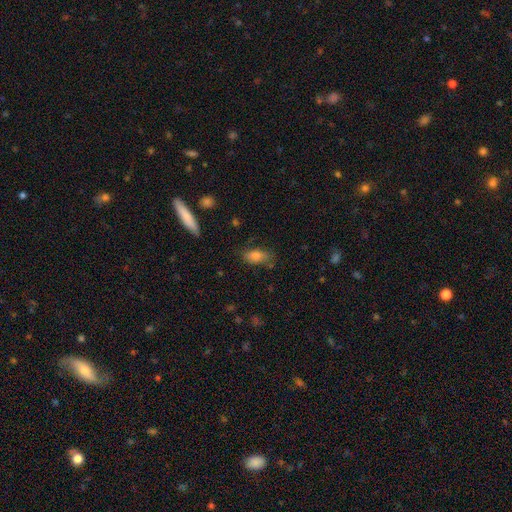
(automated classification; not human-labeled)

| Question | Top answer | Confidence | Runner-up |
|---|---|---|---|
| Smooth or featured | smooth | 78% | featured or disk (12%) |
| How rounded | in between | 85% | cigar-shaped (11%) |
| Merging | none | 68% | minor disturbance (22%) |